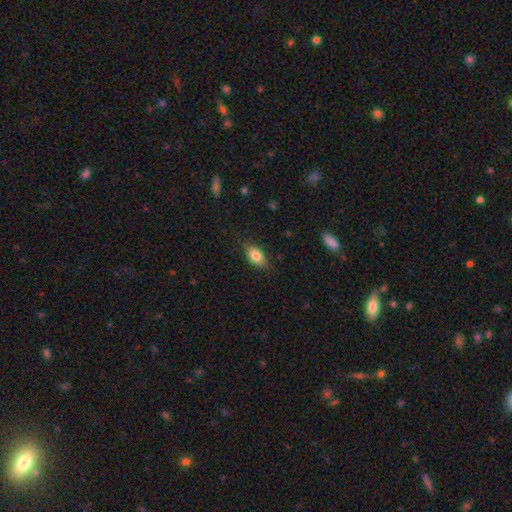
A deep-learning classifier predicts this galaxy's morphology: The model was most divided on "merging": none: 80%, minor disturbance: 16%, major disturbance: 3%, merger: 1%. More confident: how rounded — in between (86%); smooth or featured — smooth (79%).